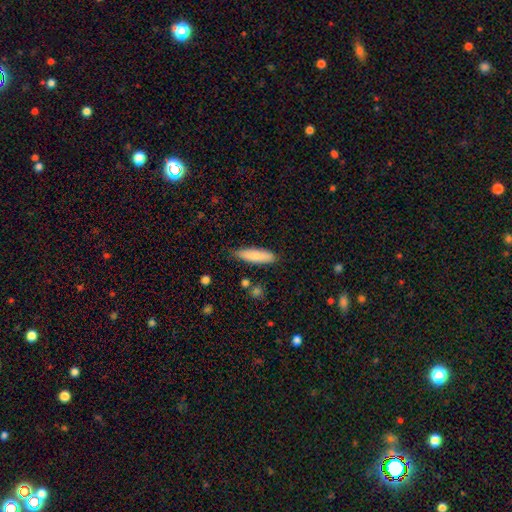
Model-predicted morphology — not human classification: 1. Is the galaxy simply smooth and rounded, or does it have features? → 83% smooth, 11% featured or disk, 6% star or artifact.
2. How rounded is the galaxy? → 58% cigar-shaped, 41% in between, 2% round.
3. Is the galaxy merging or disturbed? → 79% none, 16% minor disturbance, 3% major disturbance, 2% merger.